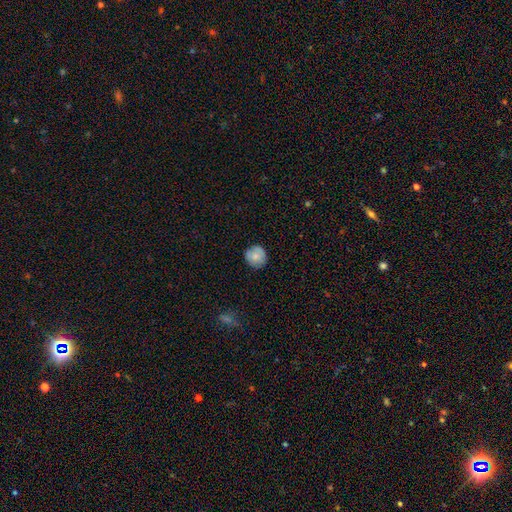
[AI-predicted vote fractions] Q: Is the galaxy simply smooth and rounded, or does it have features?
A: smooth — 77%.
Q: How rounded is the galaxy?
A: round — 92%.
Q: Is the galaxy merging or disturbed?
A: none — 83%.